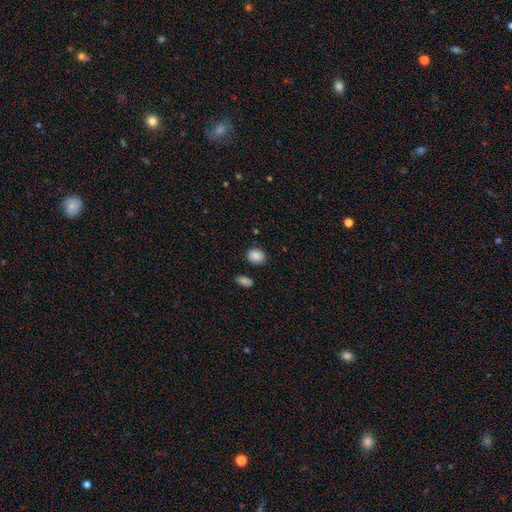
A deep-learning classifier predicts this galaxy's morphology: A smooth galaxy with no disk features (87%) that is round (55%).

Vote fractions:
- Smooth or featured? smooth: 87% / star or artifact: 8% / featured or disk: 4%
- How rounded? round: 55% / in between: 44% / cigar-shaped: 1%
- Merging? none: 82% / minor disturbance: 11% / merger: 4% / major disturbance: 3%